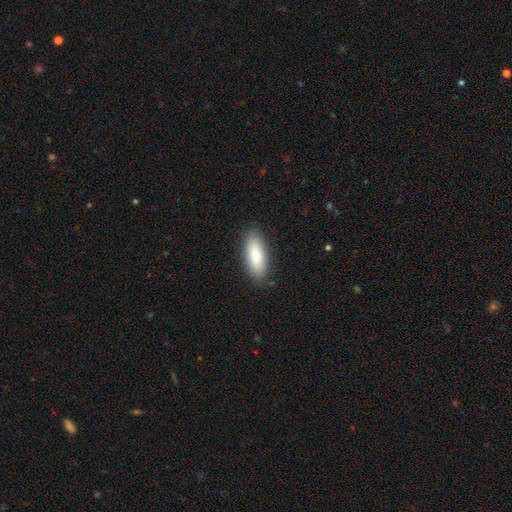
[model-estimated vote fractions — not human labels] Smooth or featured?
  - smooth: 85% *
  - featured or disk: 9%
  - star or artifact: 6%
How rounded?
  - in between: 69% *
  - cigar-shaped: 30%
  - round: 2%
Merging?
  - none: 87% *
  - minor disturbance: 10%
  - major disturbance: 2%
  - merger: 1%